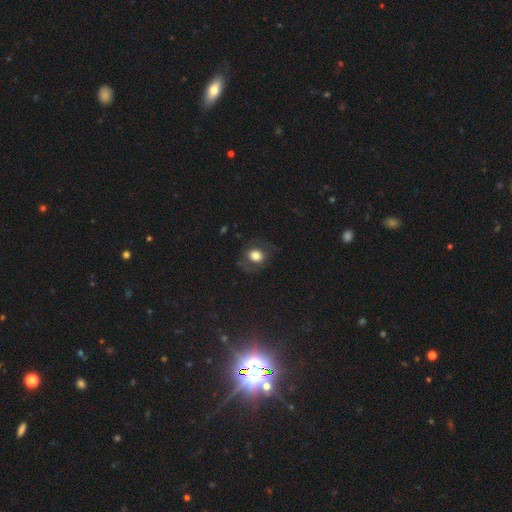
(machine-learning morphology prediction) The model was most divided on "how rounded": round: 61%, in between: 38%, cigar-shaped: 1%. More confident: smooth or featured — smooth (71%); merging — none (69%).